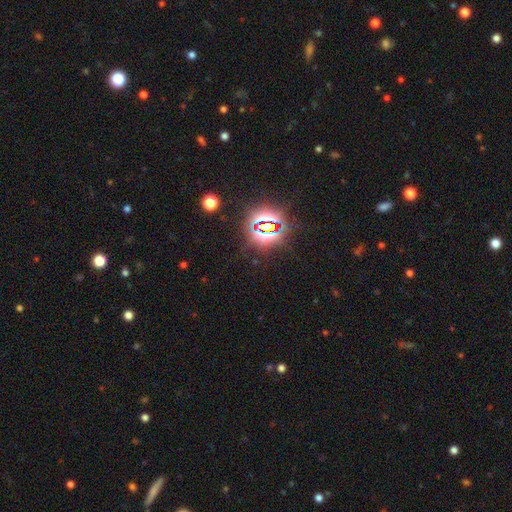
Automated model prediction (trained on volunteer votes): Overall: star or artifact (83%).